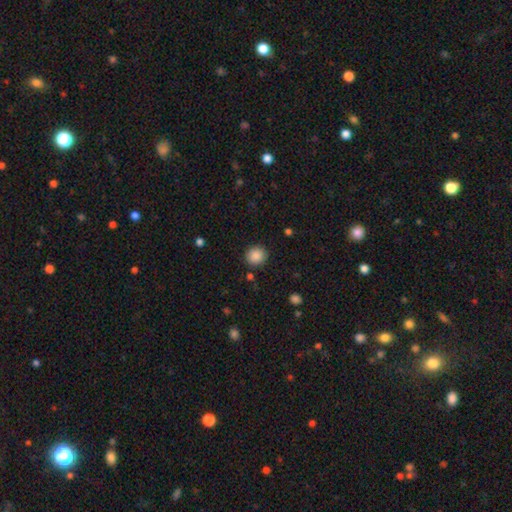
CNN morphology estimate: smooth-or-featured: smooth: 88% | star or artifact: 9% | featured or disk: 4%
  how-rounded: round: 85% | in between: 14% | cigar-shaped: 1%
  merging: none: 88% | minor disturbance: 8% | major disturbance: 3% | merger: 2%